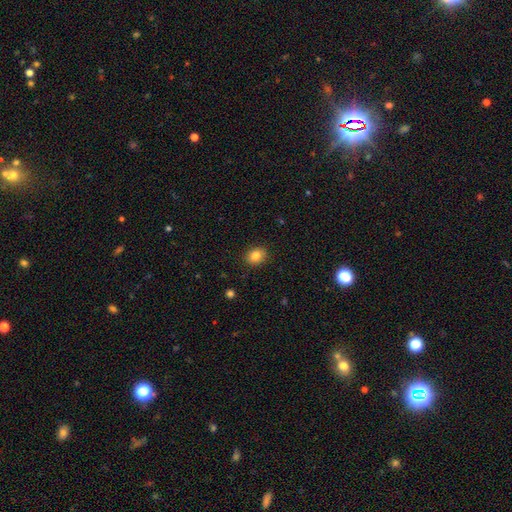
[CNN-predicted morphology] smooth 84%, star or artifact 10%, featured or disk 7%. Down the decision tree: how rounded — round (59%); merging — none (90%).